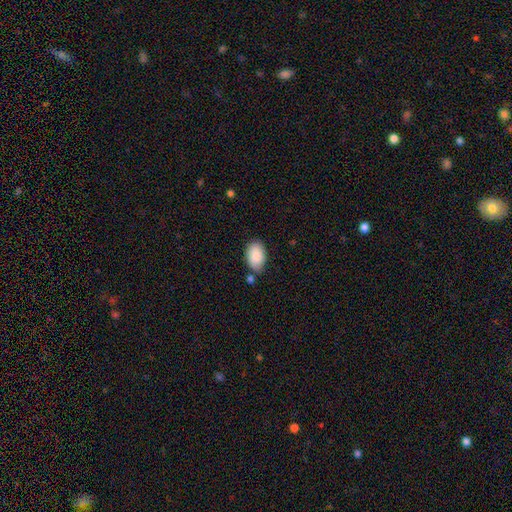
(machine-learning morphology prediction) smooth_or_featured: smooth (p=0.88) [alt: star or artifact p=0.06]
how_rounded: in between (p=0.93) [alt: round p=0.06]
merging: none (p=0.73) [alt: minor disturbance p=0.17]